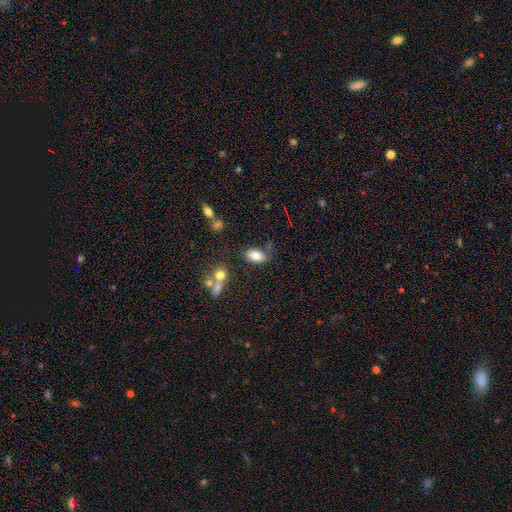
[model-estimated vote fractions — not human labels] Smooth or featured?
  - smooth: 80% *
  - featured or disk: 11%
  - star or artifact: 9%
How rounded?
  - in between: 91% *
  - round: 7%
  - cigar-shaped: 2%
Merging?
  - none: 66% *
  - minor disturbance: 18%
  - merger: 9%
  - major disturbance: 7%